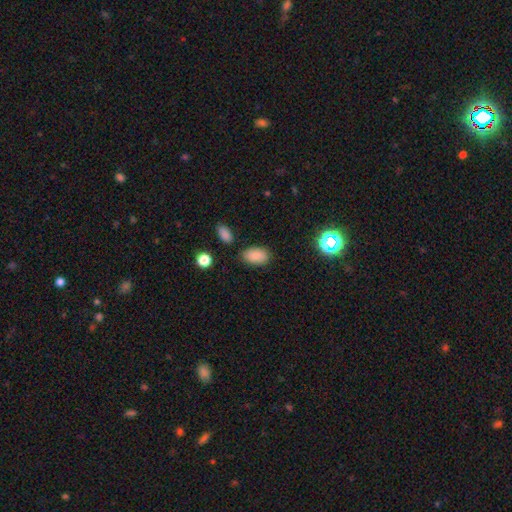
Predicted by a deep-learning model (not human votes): A smooth galaxy with no disk features (85%) that is in between round and cigar-shaped (92%). Merging: none (79%).